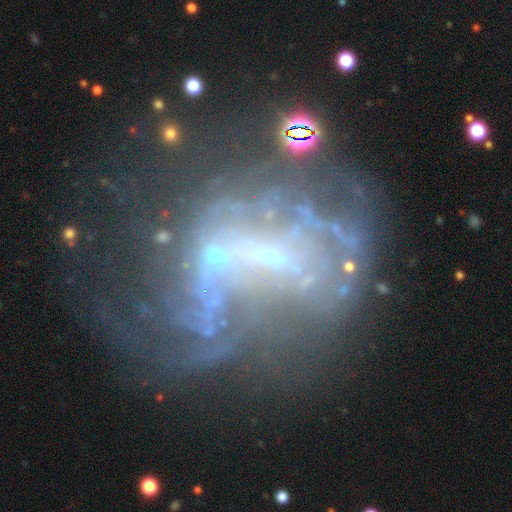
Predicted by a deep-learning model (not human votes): smooth_or_featured: featured or disk (p=0.68) [alt: star or artifact p=0.19]
disk_edge_on: no (p=0.97) [alt: yes p=0.03]
bar: no (p=0.50) [alt: weak p=0.30]
has_spiral_arms: no (p=0.58) [alt: yes p=0.42]
bulge_size: small (p=0.55) [alt: none p=0.32]
merging: major disturbance (p=0.42) [alt: none p=0.31]